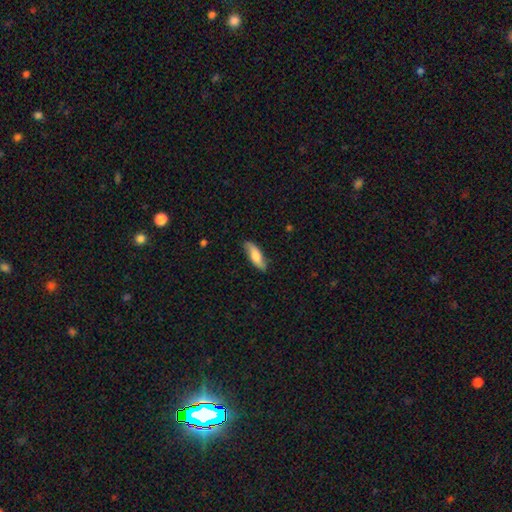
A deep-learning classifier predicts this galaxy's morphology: This is likely a smooth galaxy (65%). How rounded: possibly in between (56%). Merging: likely none (79%).